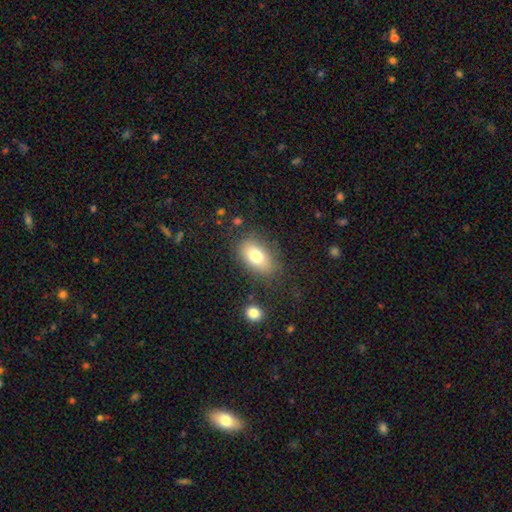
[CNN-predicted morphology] Smooth or featured? Predicted: smooth (p=0.78). How rounded? Predicted: in between (p=0.88). Merging? Predicted: none (p=0.78).